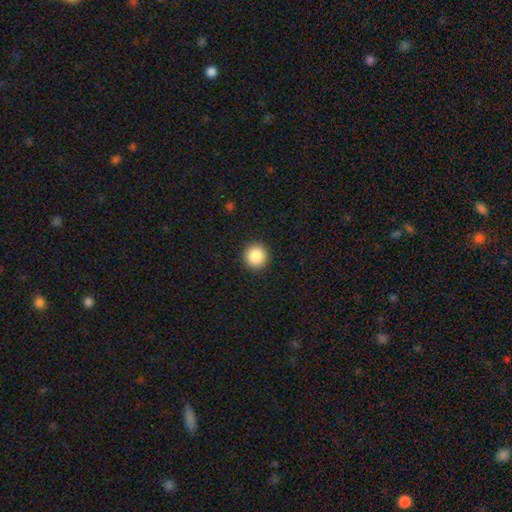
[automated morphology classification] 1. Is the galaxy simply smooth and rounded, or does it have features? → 87% smooth, 9% star or artifact, 5% featured or disk.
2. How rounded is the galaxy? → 93% round, 6% in between, 1% cigar-shaped.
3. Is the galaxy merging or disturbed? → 93% none, 5% minor disturbance, 2% major disturbance, 1% merger.